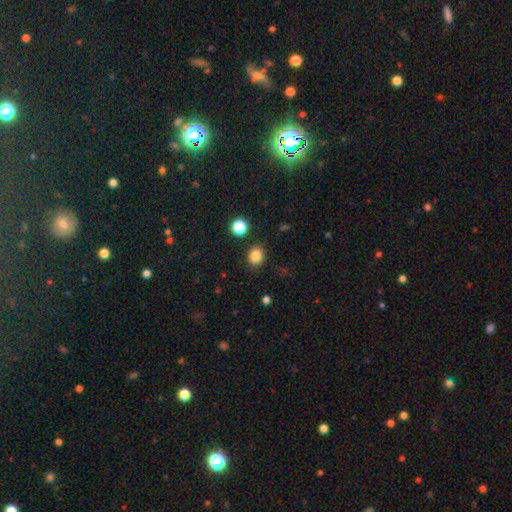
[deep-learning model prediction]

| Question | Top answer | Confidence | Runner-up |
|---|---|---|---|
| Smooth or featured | smooth | 85% | star or artifact (12%) |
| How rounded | round | 65% | in between (34%) |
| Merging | none | 86% | minor disturbance (8%) |